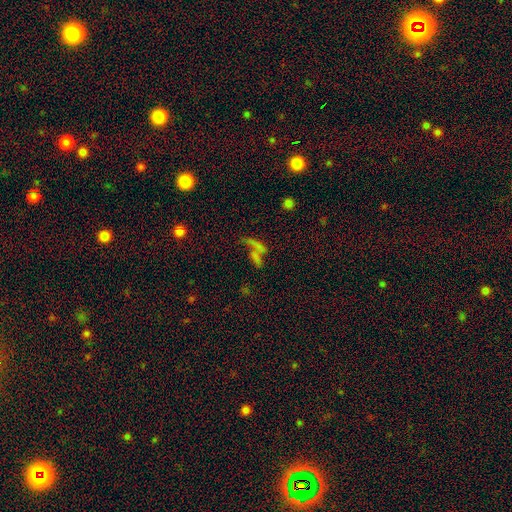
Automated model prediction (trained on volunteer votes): This appears to be a smooth galaxy with no disk features (41%). Merging: none (36%).